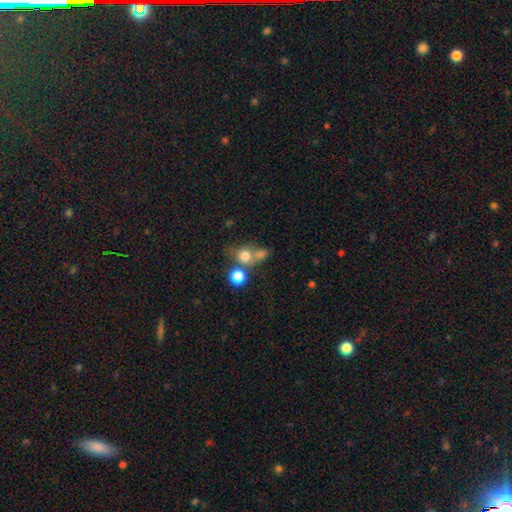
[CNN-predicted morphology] Smooth or featured: smooth — 68% (star or artifact — 17%)
How rounded: round — 77% (in between — 21%)
Merging: none — 43% (merger — 40%)